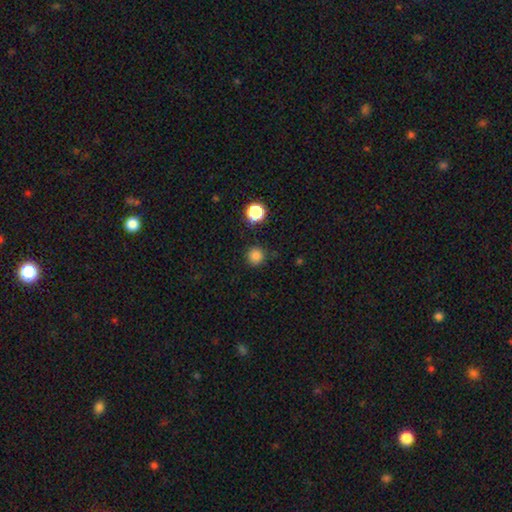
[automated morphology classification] Smooth or featured?
  - smooth: 83% *
  - star or artifact: 14%
  - featured or disk: 4%
How rounded?
  - round: 96% *
  - in between: 3%
  - cigar-shaped: 1%
Merging?
  - none: 89% *
  - minor disturbance: 7%
  - major disturbance: 2%
  - merger: 2%